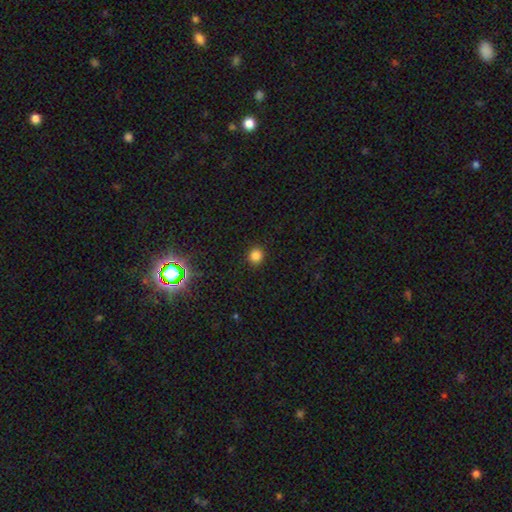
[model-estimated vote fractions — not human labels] Smooth or featured: smooth — 82% (star or artifact — 14%)
How rounded: round — 88% (in between — 11%)
Merging: none — 92% (minor disturbance — 5%)